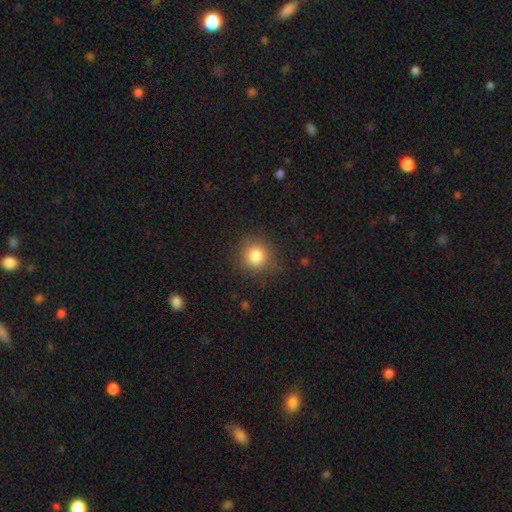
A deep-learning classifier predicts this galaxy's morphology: This is clearly a smooth galaxy (82%). How rounded: clearly round (93%). Merging: clearly none (86%).